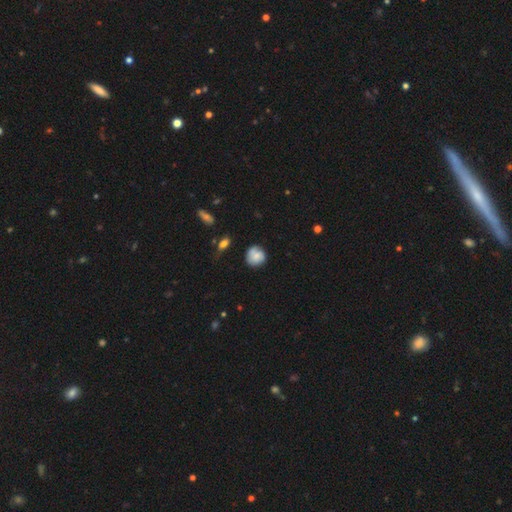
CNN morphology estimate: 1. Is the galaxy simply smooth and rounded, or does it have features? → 69% smooth, 23% featured or disk, 8% star or artifact.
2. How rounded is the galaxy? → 87% round, 12% in between, 1% cigar-shaped.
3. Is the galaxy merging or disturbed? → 68% none, 24% minor disturbance, 5% major disturbance, 3% merger.